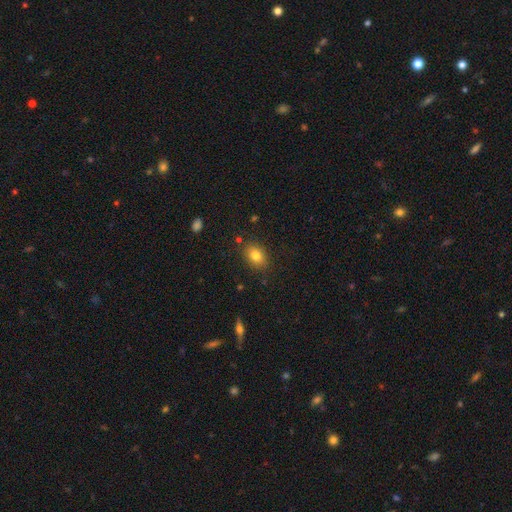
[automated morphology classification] This is likely a smooth galaxy (80%). How rounded: likely in between (73%). Merging: clearly none (85%).